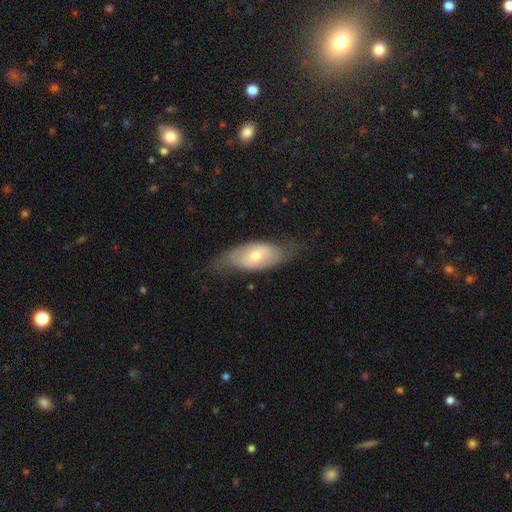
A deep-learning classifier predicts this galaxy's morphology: smooth-or-featured: featured or disk: 51% | smooth: 43% | star or artifact: 6%
  disk-edge-on: no: 85% | yes: 15%
  merging: none: 63% | minor disturbance: 25% | major disturbance: 11% | merger: 1%